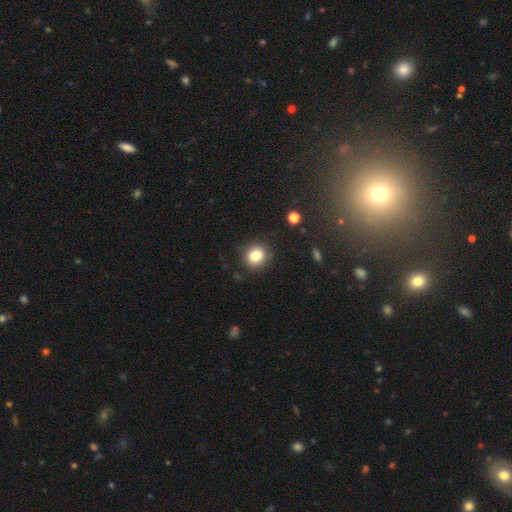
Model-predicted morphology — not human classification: smooth_or_featured: smooth (p=0.82) [alt: star or artifact p=0.11]
how_rounded: round (p=0.77) [alt: in between p=0.22]
merging: none (p=0.87) [alt: minor disturbance p=0.09]